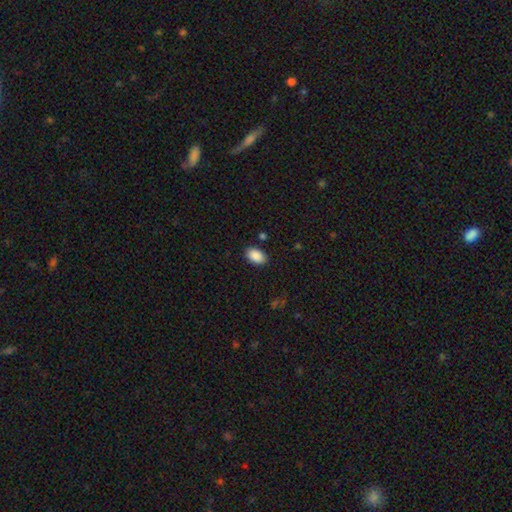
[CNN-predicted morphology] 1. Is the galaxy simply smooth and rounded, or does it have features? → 89% smooth, 7% star or artifact, 4% featured or disk.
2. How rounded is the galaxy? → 91% in between, 8% round, 1% cigar-shaped.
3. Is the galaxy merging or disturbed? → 87% none, 9% minor disturbance, 2% major disturbance, 2% merger.